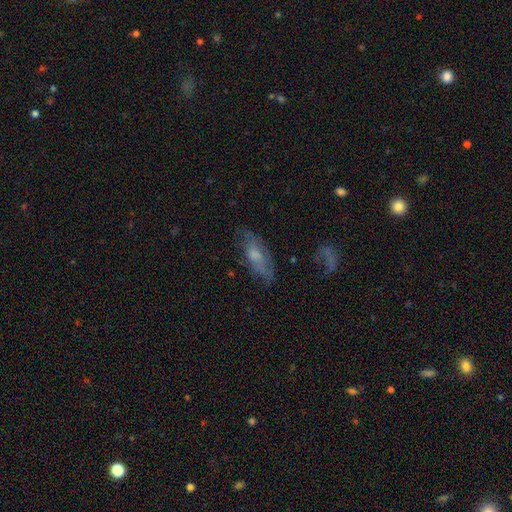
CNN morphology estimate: A smooth galaxy with no disk features (52%) that is in between round and cigar-shaped (69%).

Vote fractions:
- Smooth or featured? smooth: 52% / featured or disk: 39% / star or artifact: 9%
- How rounded? in between: 69% / cigar-shaped: 27% / round: 3%
- Merging? none: 60% / minor disturbance: 25% / major disturbance: 13% / merger: 3%